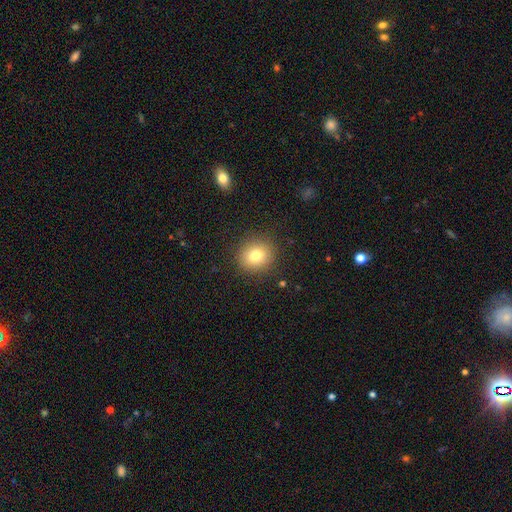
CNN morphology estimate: Q: Smooth or featured?
A: smooth (78%); runner-up: star or artifact (12%)
Q: How rounded?
A: round (85%); runner-up: in between (14%)
Q: Merging?
A: none (89%); runner-up: minor disturbance (7%)